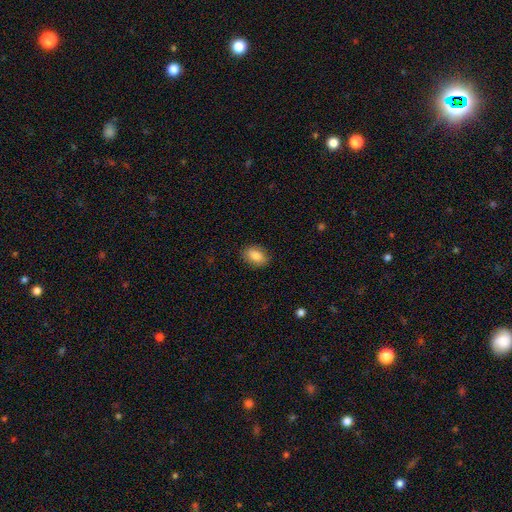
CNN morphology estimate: type=smooth (84%); roundness=in between (84%); merging=none (86%).